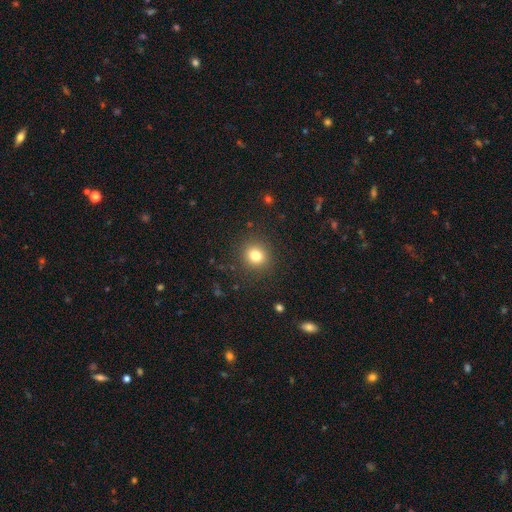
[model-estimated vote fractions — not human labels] A smooth galaxy with no disk features (80%) that is round (86%).

Vote fractions:
- Smooth or featured? smooth: 80% / star or artifact: 13% / featured or disk: 8%
- How rounded? round: 86% / in between: 13% / cigar-shaped: 1%
- Merging? none: 89% / minor disturbance: 7% / major disturbance: 3% / merger: 1%